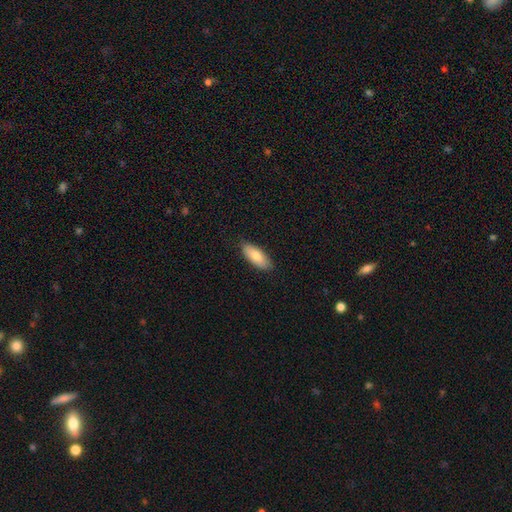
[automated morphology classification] A smooth galaxy with no disk features (80%) that is in between round and cigar-shaped (83%). Merging: none (84%).